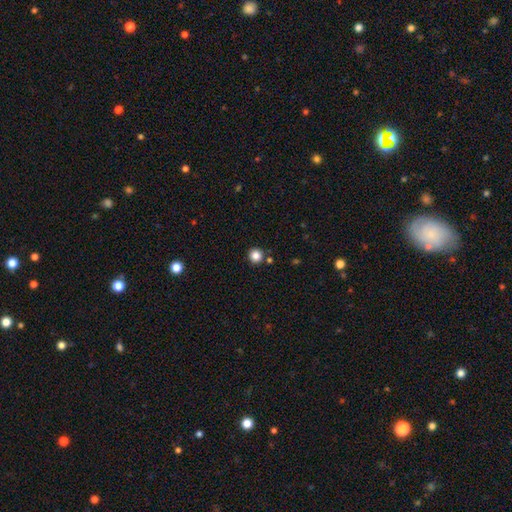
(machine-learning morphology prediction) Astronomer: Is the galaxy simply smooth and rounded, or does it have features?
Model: smooth — 84%.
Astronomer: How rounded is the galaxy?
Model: round — 95%.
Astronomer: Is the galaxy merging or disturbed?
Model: none — 88%.